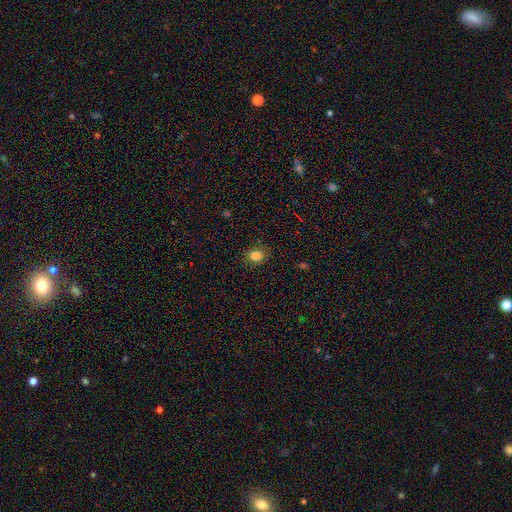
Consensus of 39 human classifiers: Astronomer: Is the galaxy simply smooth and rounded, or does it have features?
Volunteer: smooth — 87%.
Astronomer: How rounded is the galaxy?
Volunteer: round — 71%.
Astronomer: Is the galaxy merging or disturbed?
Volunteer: none — 80%.